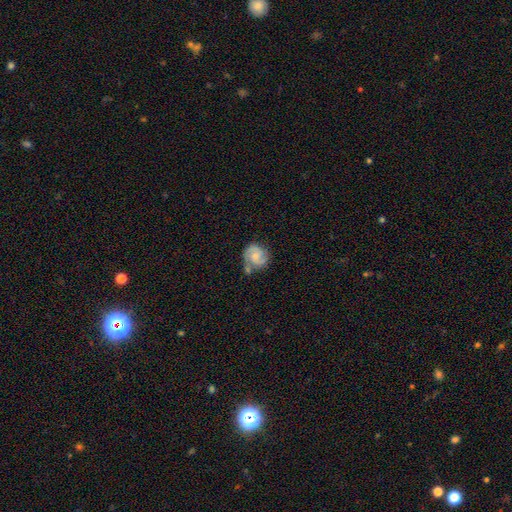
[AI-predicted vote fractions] Smooth or featured? Predicted: featured or disk (p=0.76). Edge-on disk? Predicted: no (p=0.98). Bar? Predicted: no (p=0.60). Spiral arms? Predicted: yes (p=0.96). Spiral winding? Predicted: medium (p=0.45). Spiral arm count? Predicted: 2 (p=0.82). Bulge size? Predicted: small (p=0.47). Merging? Predicted: none (p=0.56).